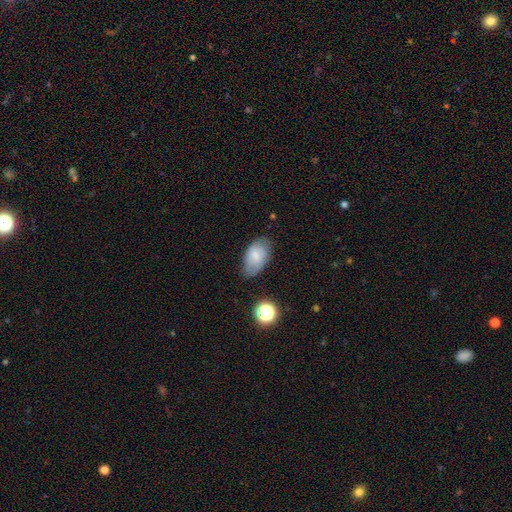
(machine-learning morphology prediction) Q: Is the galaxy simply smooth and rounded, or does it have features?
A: smooth — 72%.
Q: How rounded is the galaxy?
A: in between — 93%.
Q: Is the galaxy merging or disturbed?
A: none — 67%.